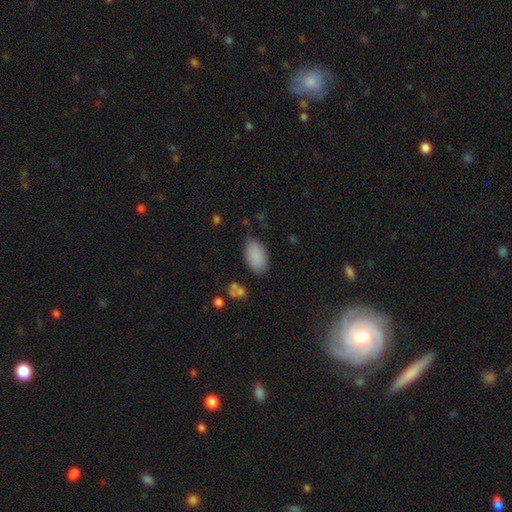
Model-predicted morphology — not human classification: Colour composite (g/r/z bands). It shows a smooth galaxy with no disk features (88%) that is in between round and cigar-shaped (94%). Merging: none (77%).